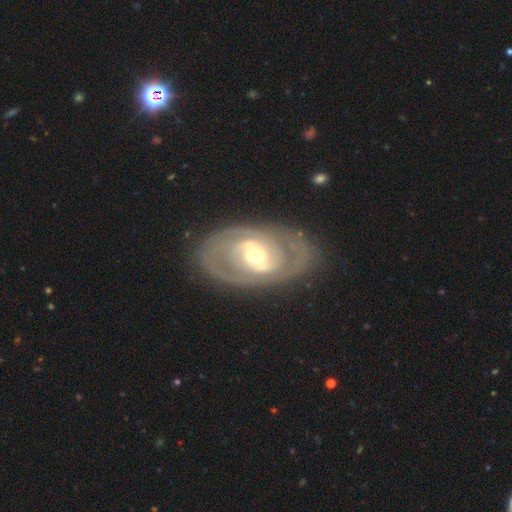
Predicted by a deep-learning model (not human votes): Smooth or featured: featured or disk — 81% (smooth — 14%)
Edge-on disk: no — 94% (yes — 6%)
Bar: weak — 39% (no — 30%)
Spiral arms: yes — 73% (no — 27%)
Spiral winding: tight — 56% (medium — 32%)
Spiral arm count: 2 — 62% (can't tell — 24%)
Bulge size: moderate — 65% (small — 24%)
Merging: none — 80% (minor disturbance — 12%)